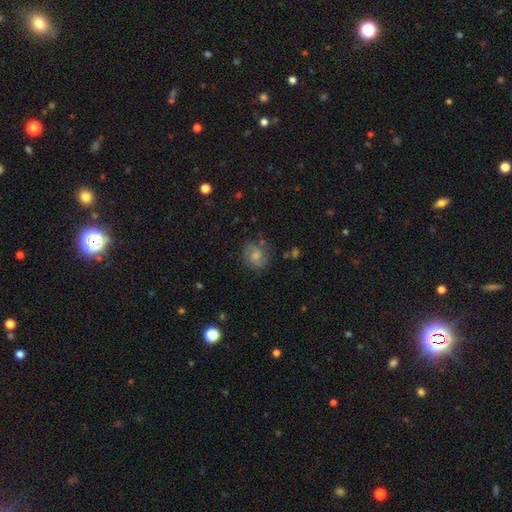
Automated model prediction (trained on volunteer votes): smooth_or_featured: smooth (p=0.61) [alt: featured or disk p=0.29]
how_rounded: round (p=0.70) [alt: in between p=0.29]
merging: none (p=0.72) [alt: minor disturbance p=0.19]